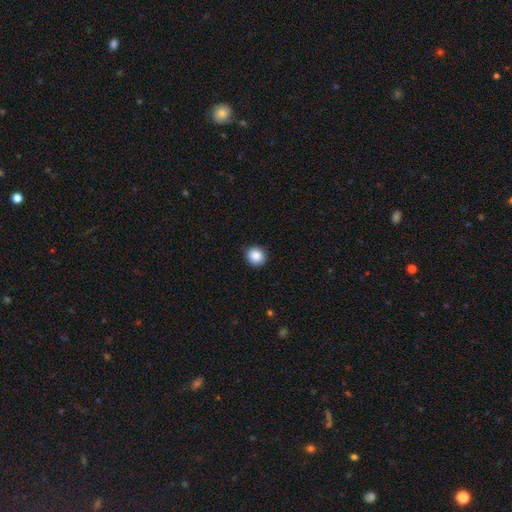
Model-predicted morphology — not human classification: Smooth or featured: smooth — 87% (star or artifact — 9%)
How rounded: round — 85% (in between — 14%)
Merging: none — 89% (minor disturbance — 8%)